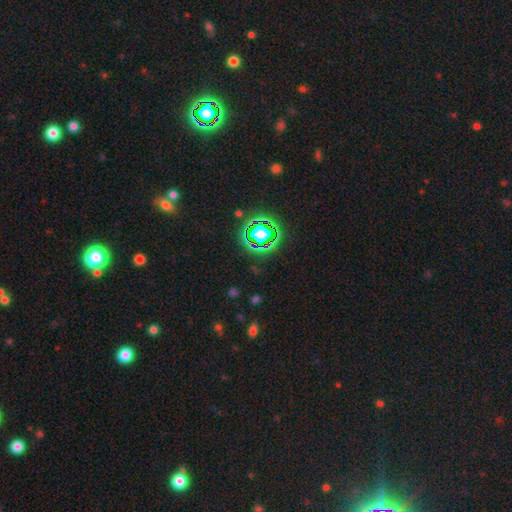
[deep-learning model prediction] smooth-or-featured: star or artifact: 80% | smooth: 13% | featured or disk: 7%